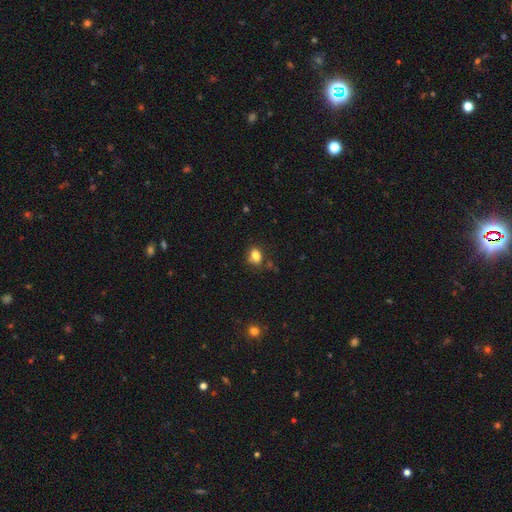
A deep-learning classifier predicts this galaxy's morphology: Smooth or featured: smooth — 82% (star or artifact — 12%)
How rounded: in between — 62% (round — 36%)
Merging: none — 70% (minor disturbance — 19%)